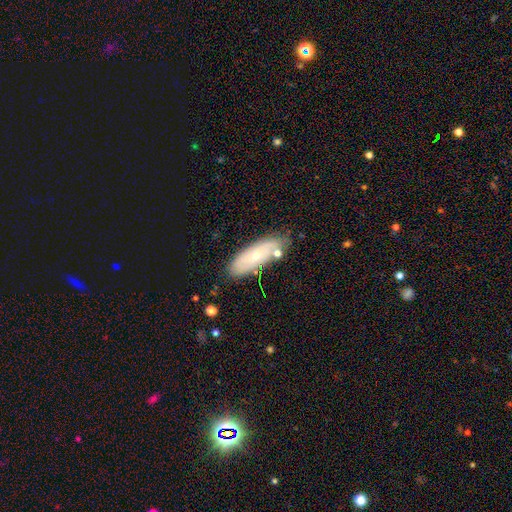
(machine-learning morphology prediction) This appears to be a smooth galaxy with no disk features (48%). Merging: none (75%).